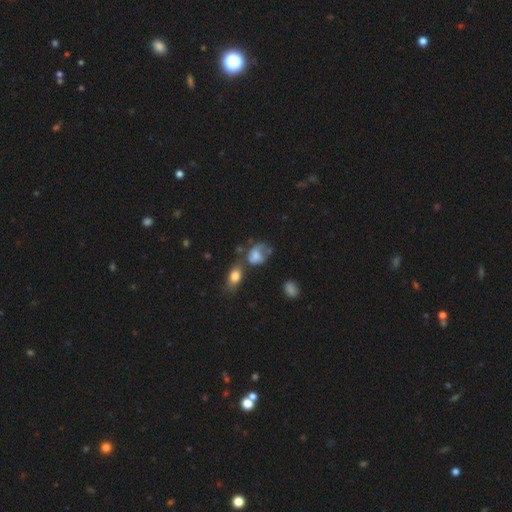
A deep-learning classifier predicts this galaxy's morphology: A smooth galaxy with no disk features (59%) that is in between round and cigar-shaped (69%).

Vote fractions:
- Smooth or featured? smooth: 59% / featured or disk: 29% / star or artifact: 12%
- How rounded? in between: 69% / round: 29% / cigar-shaped: 2%
- Merging? none: 28% / major disturbance: 26% / minor disturbance: 23% / merger: 23%